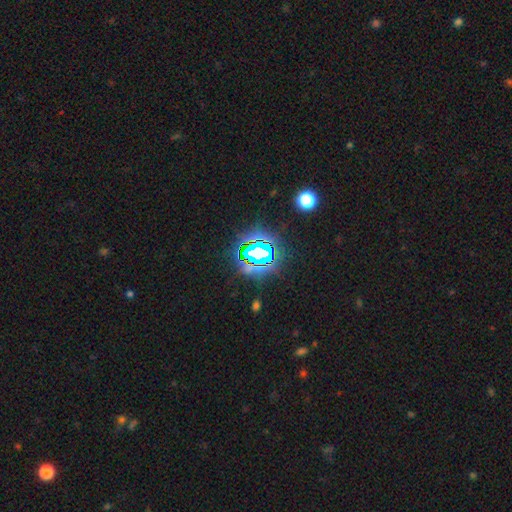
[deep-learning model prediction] Smooth or featured? star or artifact (78%)